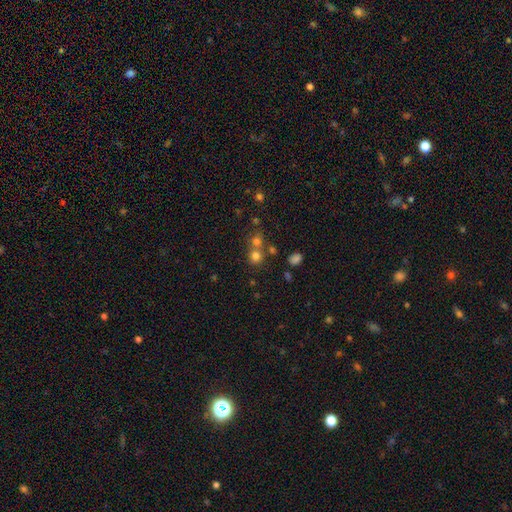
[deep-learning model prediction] A smooth galaxy with no disk features (73%) that is round (86%). Merging: none (54%).